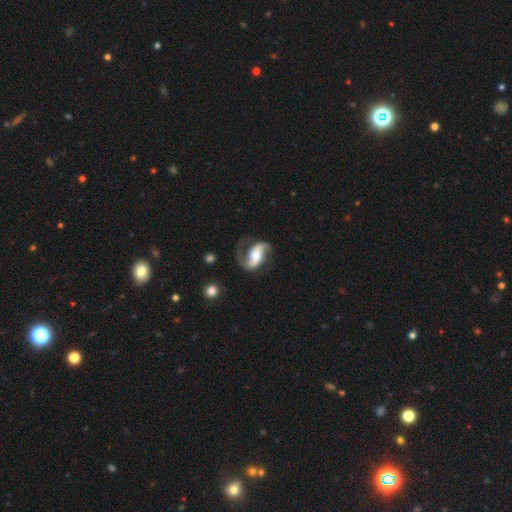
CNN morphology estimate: Overall: featured or disk (86%). Edge-on disk: no (96%). Bar: strong (35%; no 34%). Spiral arms: yes (96%). Spiral arm count: 2 (85%). Spiral winding: loose (52%; medium 37%). Bulge size: moderate (68%). Merging: none (64%).